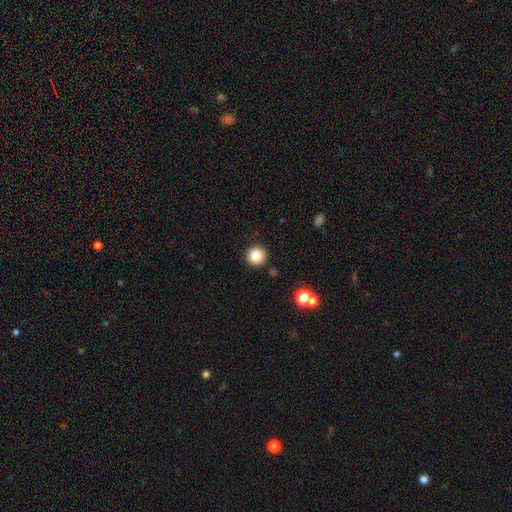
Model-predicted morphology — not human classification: Smooth or featured? smooth (86%)
How rounded? round (95%)
Merging? none (89%)